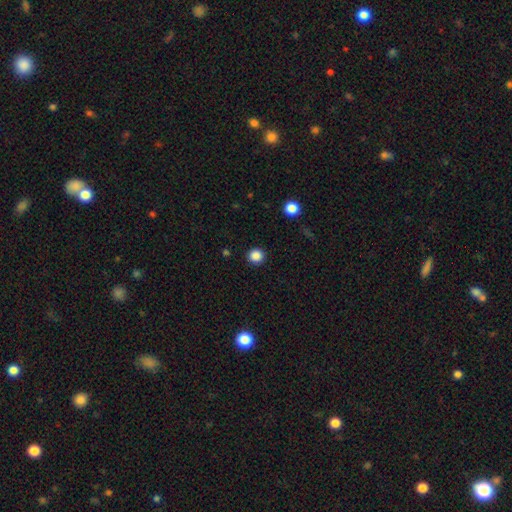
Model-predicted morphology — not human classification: Smooth or featured: smooth — 85% (star or artifact — 12%)
How rounded: round — 90% (in between — 9%)
Merging: none — 89% (minor disturbance — 7%)